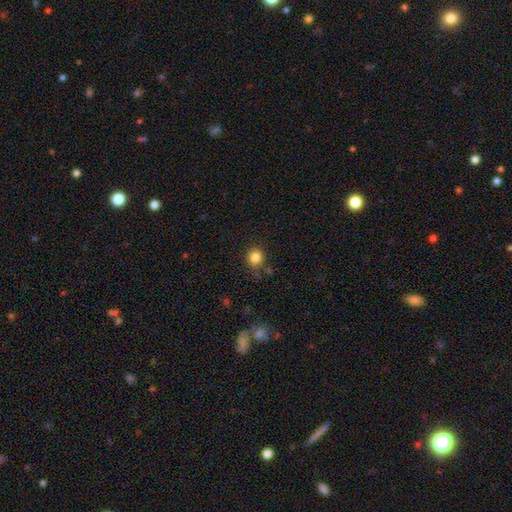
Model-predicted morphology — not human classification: Q: Smooth or featured?
A: smooth (84%); runner-up: star or artifact (11%)
Q: How rounded?
A: round (82%); runner-up: in between (17%)
Q: Merging?
A: none (84%); runner-up: minor disturbance (10%)